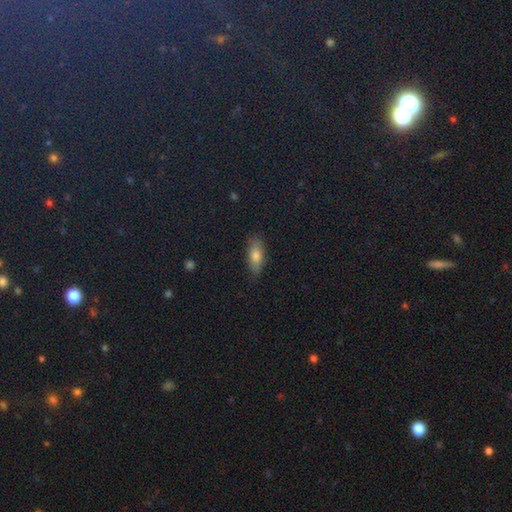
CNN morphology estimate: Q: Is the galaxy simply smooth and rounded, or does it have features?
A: smooth — 75%.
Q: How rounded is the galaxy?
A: in between — 74%.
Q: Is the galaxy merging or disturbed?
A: none — 84%.